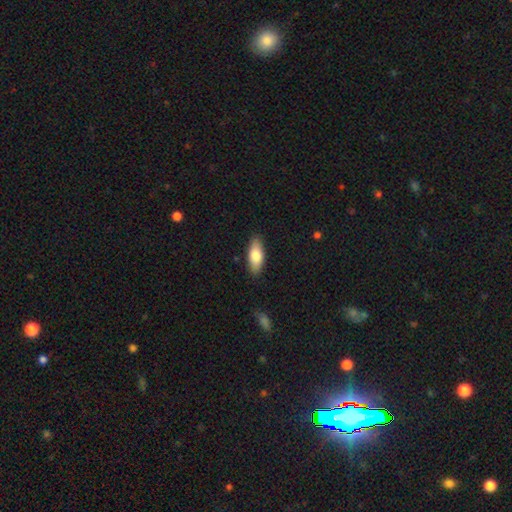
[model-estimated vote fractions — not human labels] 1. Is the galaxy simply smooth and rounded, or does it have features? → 77% smooth, 17% featured or disk, 6% star or artifact.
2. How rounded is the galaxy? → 78% in between, 19% cigar-shaped, 2% round.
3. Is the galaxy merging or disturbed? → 88% none, 9% minor disturbance, 2% major disturbance, 1% merger.